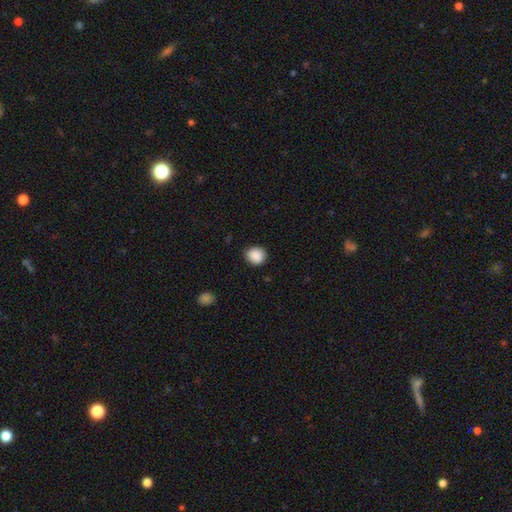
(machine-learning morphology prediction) The model was most divided on "how rounded": round: 78%, in between: 21%, cigar-shaped: 1%. More confident: smooth or featured — smooth (89%); merging — none (87%).